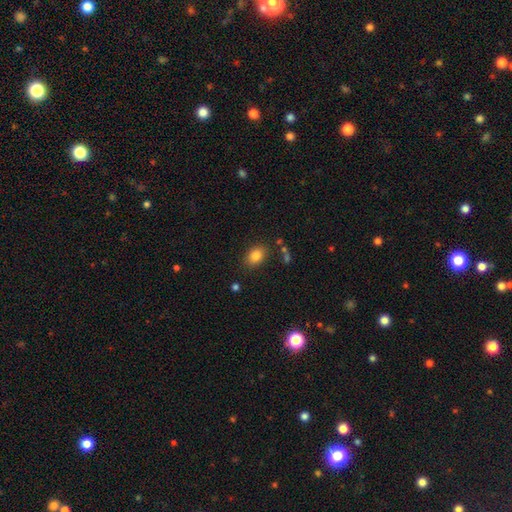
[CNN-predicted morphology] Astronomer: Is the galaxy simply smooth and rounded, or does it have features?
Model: smooth — 84%.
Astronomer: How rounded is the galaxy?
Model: in between — 77%.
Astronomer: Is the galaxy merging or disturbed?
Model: none — 82%.